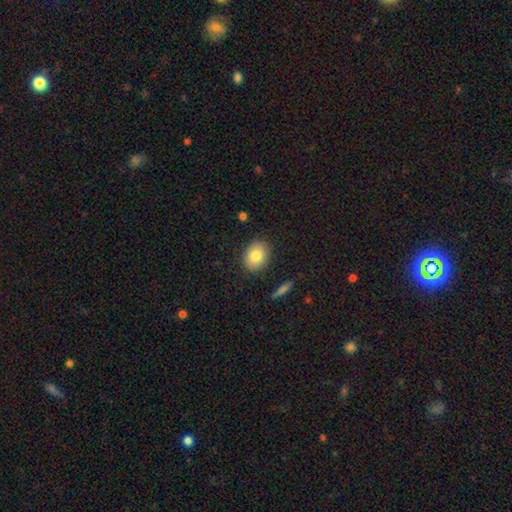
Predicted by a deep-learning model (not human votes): This is clearly a smooth galaxy (83%). How rounded: likely in between (62%). Merging: clearly none (87%).